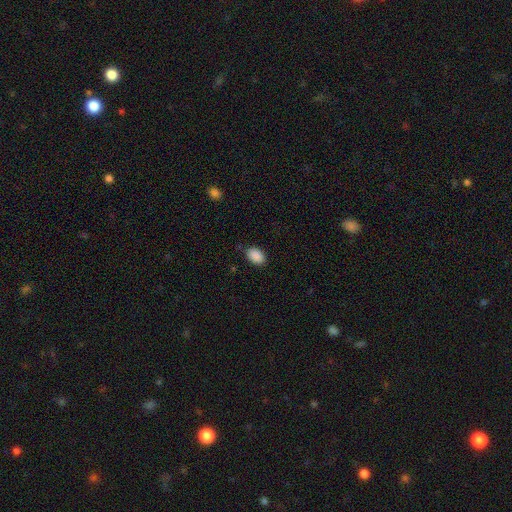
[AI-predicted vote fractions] Overall: smooth (90%). How rounded: in between (87%). Merging: none (84%).